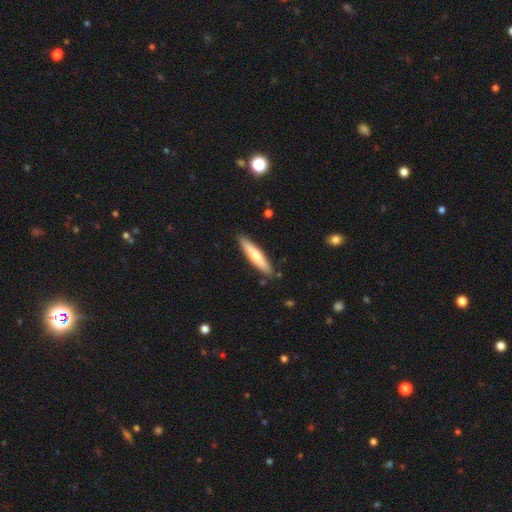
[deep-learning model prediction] smooth_or_featured: smooth (p=0.63) [alt: featured or disk p=0.32]
how_rounded: cigar-shaped (p=0.85) [alt: in between p=0.14]
merging: none (p=0.87) [alt: minor disturbance p=0.09]